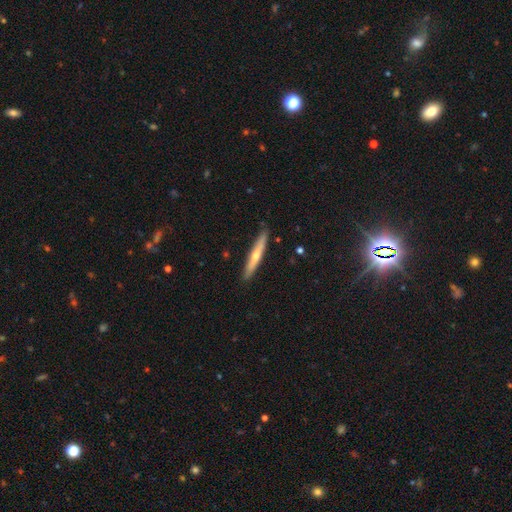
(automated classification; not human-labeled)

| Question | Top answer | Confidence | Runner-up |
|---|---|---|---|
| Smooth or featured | featured or disk | 53% | smooth (41%) |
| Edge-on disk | yes | 94% | no (6%) |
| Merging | none | 89% | minor disturbance (9%) |